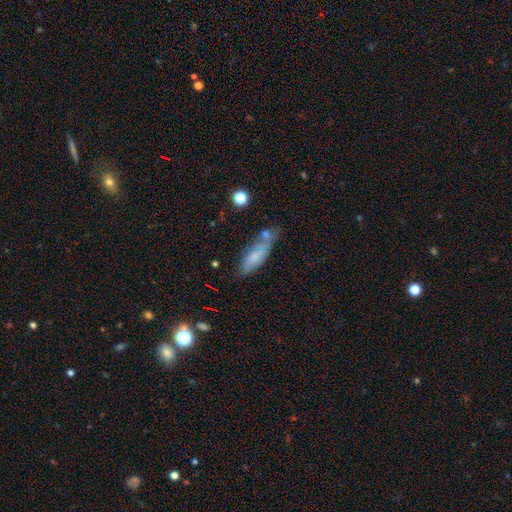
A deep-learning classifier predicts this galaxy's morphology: A smooth galaxy with no disk features (59%) that is in between round and cigar-shaped (59%). Merging: none (50%).